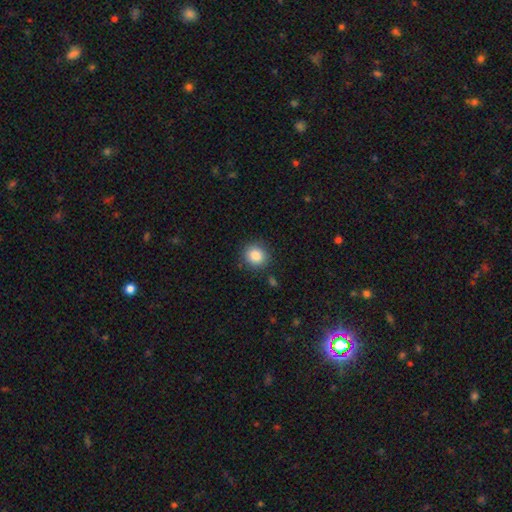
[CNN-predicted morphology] This is clearly a smooth galaxy (86%). How rounded: clearly round (83%). Merging: clearly none (86%).